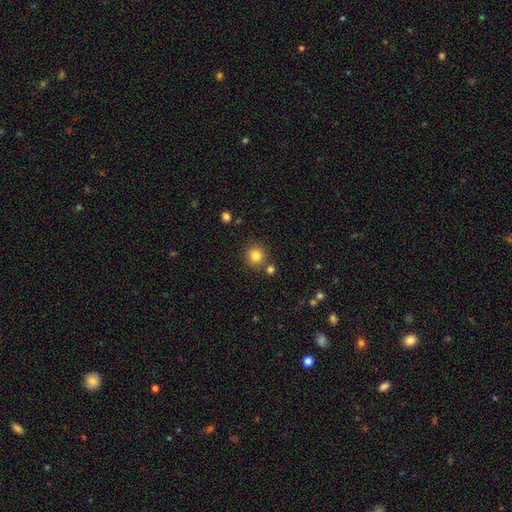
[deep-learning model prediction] This appears to be a smooth galaxy with no disk features (82%) that is round (93%). Merging: none (79%).